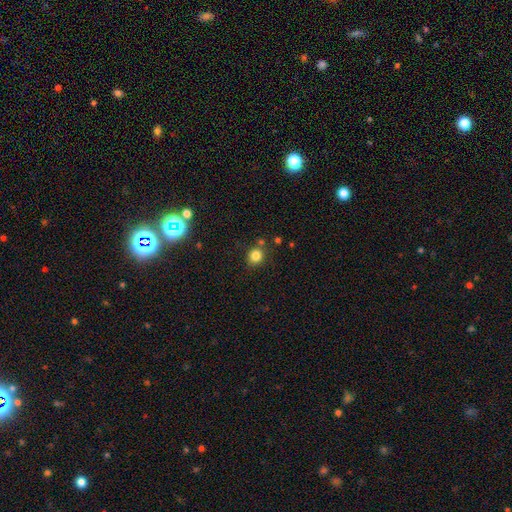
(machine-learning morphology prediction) Q: Smooth or featured?
A: smooth (82%); runner-up: star or artifact (13%)
Q: How rounded?
A: round (84%); runner-up: in between (15%)
Q: Merging?
A: none (78%); runner-up: minor disturbance (11%)